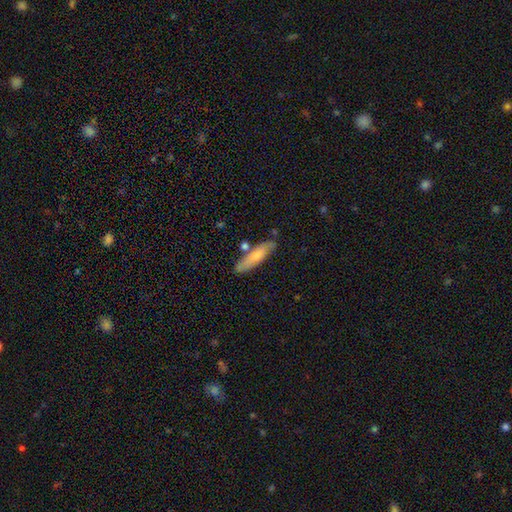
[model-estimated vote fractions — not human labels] Smooth or featured?
  - smooth: 69% *
  - featured or disk: 26%
  - star or artifact: 6%
How rounded?
  - cigar-shaped: 72% *
  - in between: 26%
  - round: 2%
Merging?
  - none: 71% *
  - minor disturbance: 16%
  - merger: 9%
  - major disturbance: 4%